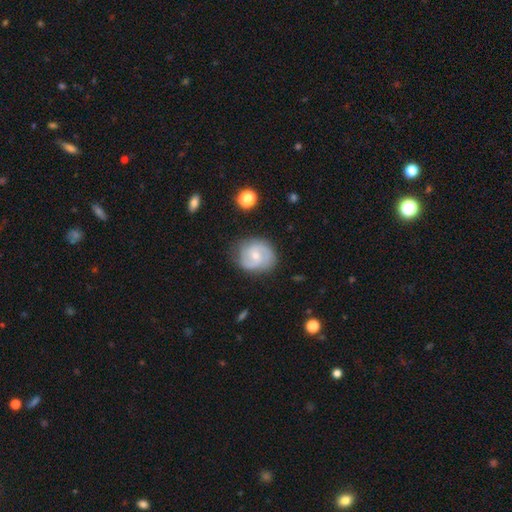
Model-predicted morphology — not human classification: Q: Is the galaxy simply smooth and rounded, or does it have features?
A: featured or disk — 79%.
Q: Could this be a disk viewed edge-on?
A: no — 98%.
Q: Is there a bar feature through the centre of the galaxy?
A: no — 56%.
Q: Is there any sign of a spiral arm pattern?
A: yes — 95%.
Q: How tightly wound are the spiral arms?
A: medium — 47%.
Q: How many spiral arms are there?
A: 2 — 72%.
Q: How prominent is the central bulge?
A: small — 54%.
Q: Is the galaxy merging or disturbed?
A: none — 77%.